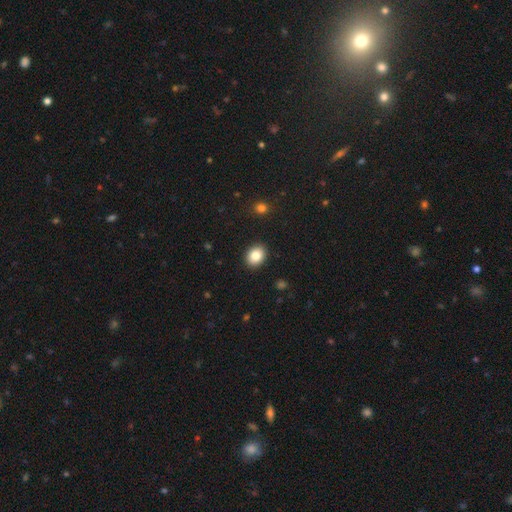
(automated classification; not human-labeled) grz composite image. It shows a smooth galaxy with no disk features (84%) that is in between round and cigar-shaped (55%). Merging: none (90%).